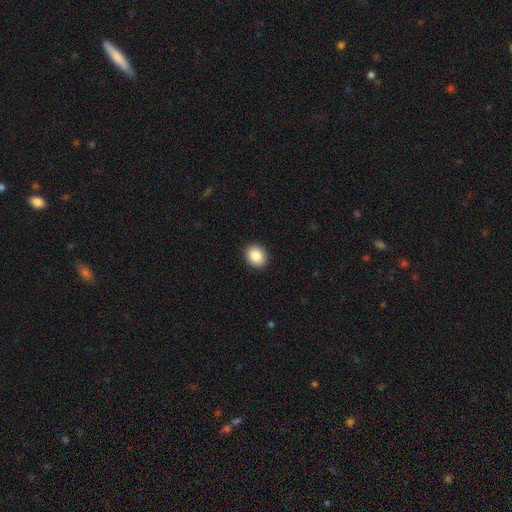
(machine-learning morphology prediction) smooth_or_featured: smooth (p=0.87) [alt: star or artifact p=0.08]
how_rounded: round (p=0.57) [alt: in between p=0.43]
merging: none (p=0.92) [alt: minor disturbance p=0.06]